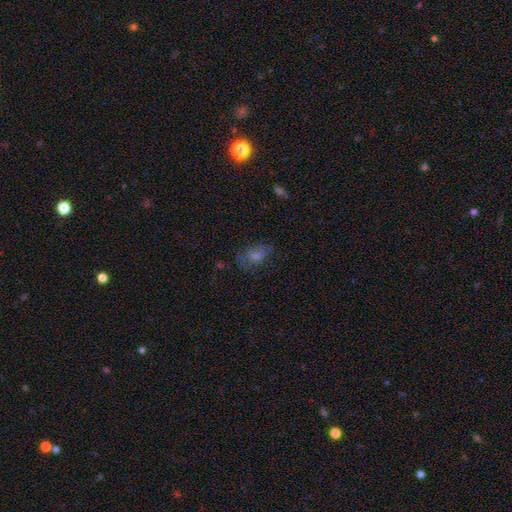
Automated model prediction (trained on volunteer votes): Morphology: type=smooth (44%); merging=none (68%).